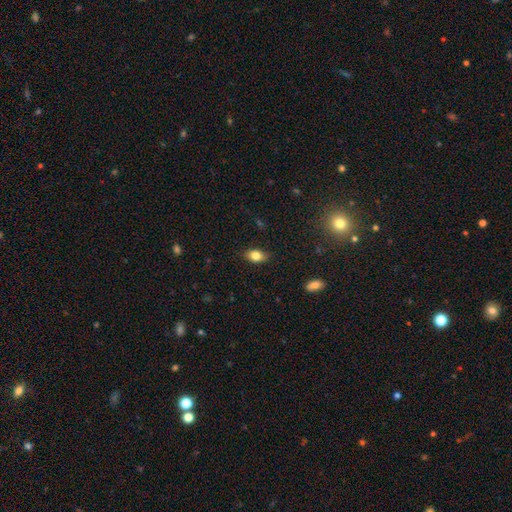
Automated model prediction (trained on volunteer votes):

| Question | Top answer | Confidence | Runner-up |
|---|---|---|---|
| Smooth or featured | smooth | 81% | featured or disk (10%) |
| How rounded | in between | 83% | round (13%) |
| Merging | none | 84% | minor disturbance (12%) |